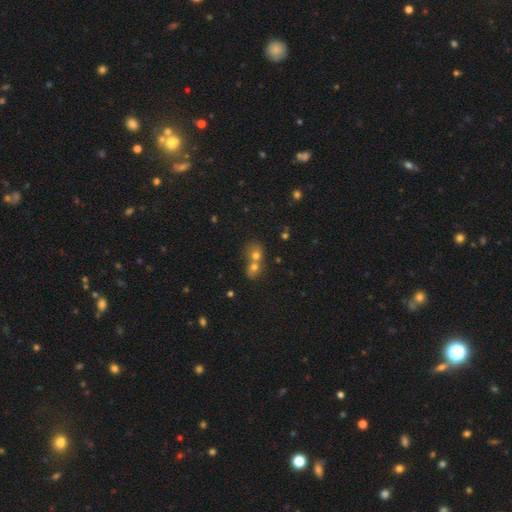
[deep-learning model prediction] The model was most divided on "how rounded": round: 67%, in between: 32%, cigar-shaped: 1%. More confident: merging — merger (69%); smooth or featured — smooth (69%).